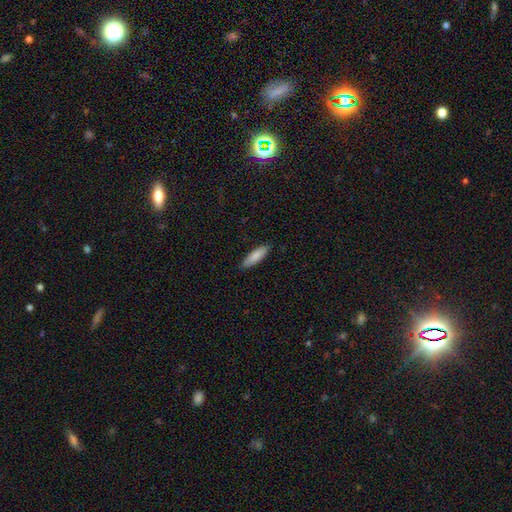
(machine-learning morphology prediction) Smooth or featured?
  - smooth: 85% *
  - featured or disk: 10%
  - star or artifact: 5%
How rounded?
  - cigar-shaped: 60% *
  - in between: 38%
  - round: 1%
Merging?
  - none: 88% *
  - minor disturbance: 9%
  - major disturbance: 2%
  - merger: 1%